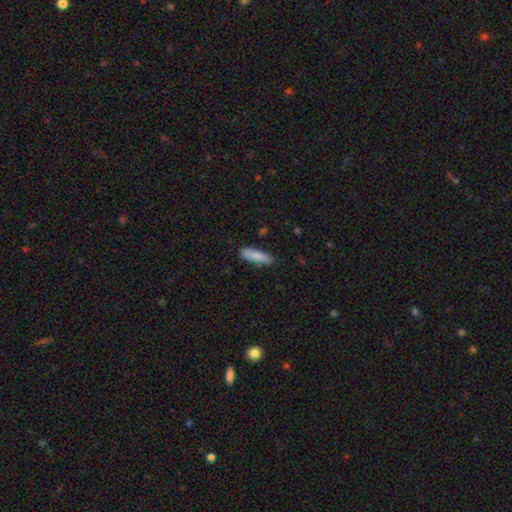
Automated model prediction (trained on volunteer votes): This is clearly a smooth galaxy (86%). How rounded: likely cigar-shaped (65%). Merging: clearly none (85%).